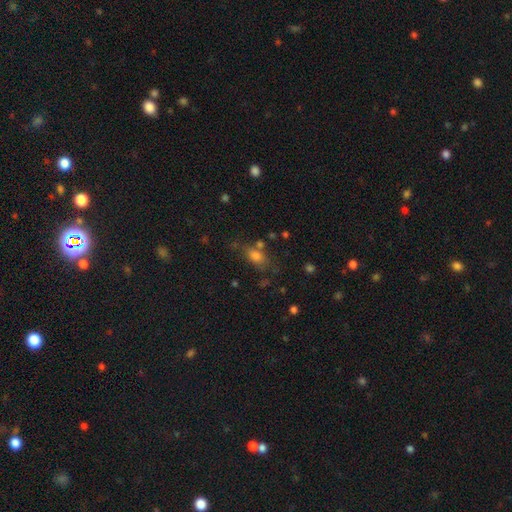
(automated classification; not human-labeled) This appears to be a smooth galaxy with no disk features (76%) that is in between round and cigar-shaped (78%). Merging: none (60%).